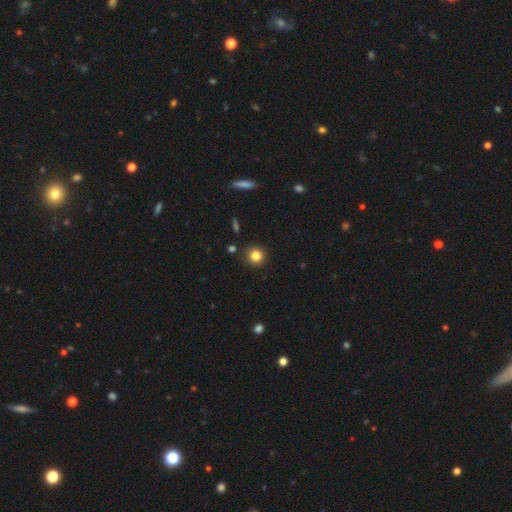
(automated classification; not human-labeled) Smooth or featured? Predicted: smooth (p=0.83). How rounded? Predicted: round (p=0.91). Merging? Predicted: none (p=0.89).